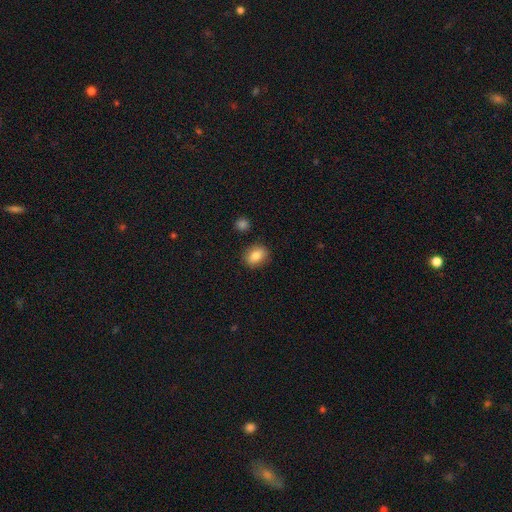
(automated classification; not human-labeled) Smooth or featured? smooth (83%)
How rounded? in between (64%)
Merging? none (86%)